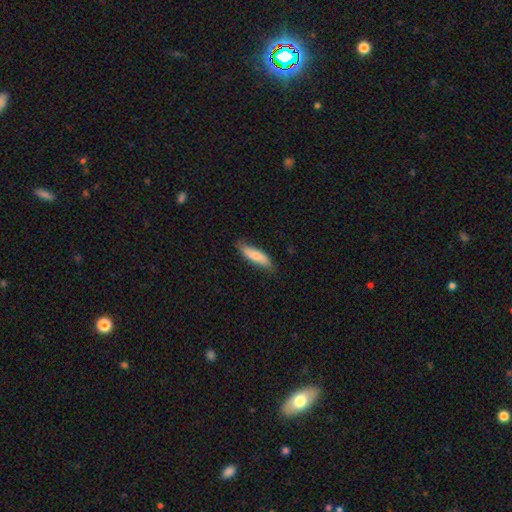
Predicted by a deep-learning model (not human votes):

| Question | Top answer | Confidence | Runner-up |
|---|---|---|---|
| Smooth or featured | smooth | 78% | featured or disk (16%) |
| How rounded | cigar-shaped | 57% | in between (42%) |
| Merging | none | 76% | minor disturbance (20%) |